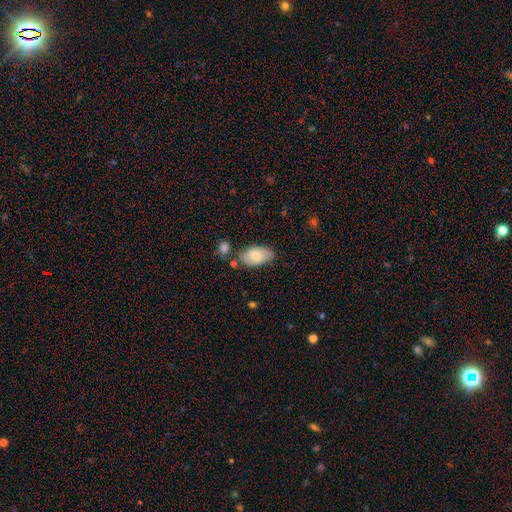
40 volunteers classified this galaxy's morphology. Smooth or featured? 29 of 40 (72%) said smooth. How rounded? 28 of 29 (97%) said in between. Merging? 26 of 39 (67%) said none.